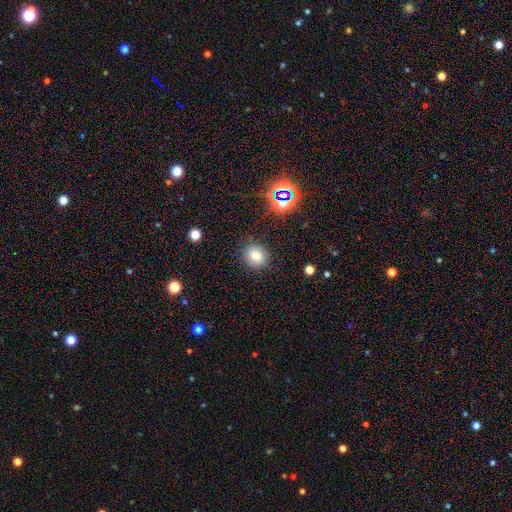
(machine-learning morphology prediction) A smooth galaxy with no disk features (75%) that is round (79%).

Vote fractions:
- Smooth or featured? smooth: 75% / star or artifact: 15% / featured or disk: 10%
- How rounded? round: 79% / in between: 20% / cigar-shaped: 1%
- Merging? none: 86% / minor disturbance: 10% / major disturbance: 3% / merger: 2%